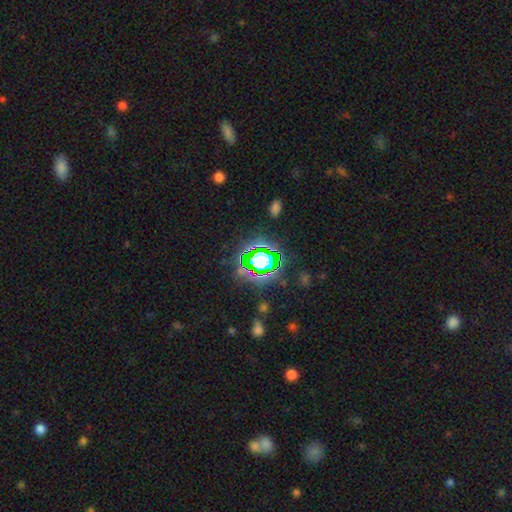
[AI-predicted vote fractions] The model was most divided on "smooth or featured": star or artifact: 77%, smooth: 14%, featured or disk: 9%.